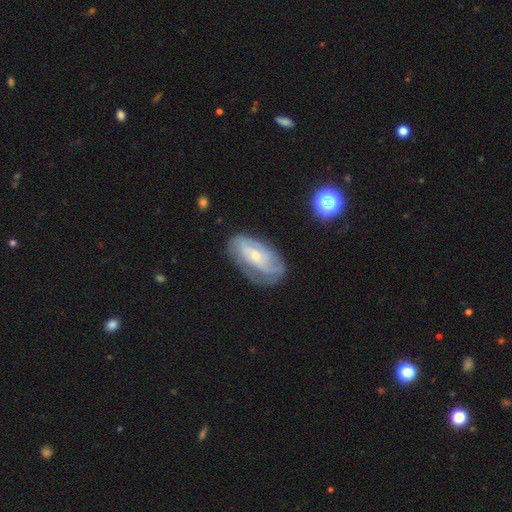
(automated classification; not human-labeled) Smooth or featured?
  - featured or disk: 69% *
  - smooth: 24%
  - star or artifact: 7%
Edge-on disk?
  - no: 93% *
  - yes: 7%
Bar?
  - no: 61% *
  - weak: 32%
  - strong: 8%
Spiral arms?
  - yes: 84% *
  - no: 16%
Spiral winding?
  - tight: 47% *
  - medium: 37%
  - loose: 16%
Spiral arm count?
  - can't tell: 42% *
  - 2: 31%
  - 3: 14%
  - 1: 6%
  - 4: 4%
  - more than 4: 3%
Bulge size?
  - small: 57% *
  - moderate: 35%
  - none: 4%
  - large: 3%
  - dominant: 1%
Merging?
  - none: 65% *
  - minor disturbance: 23%
  - major disturbance: 10%
  - merger: 2%